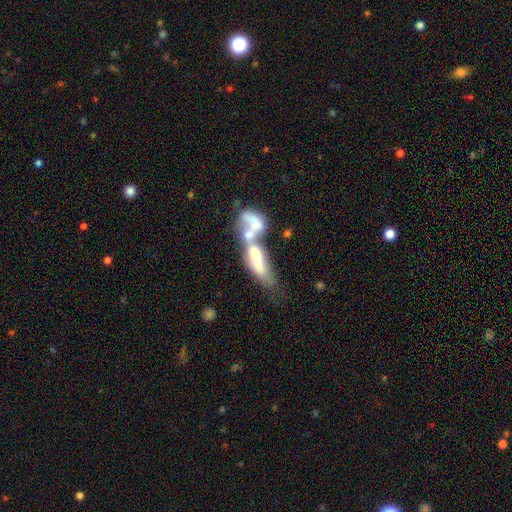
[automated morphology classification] The model was most divided on "smooth or featured": featured or disk: 51%, smooth: 36%, star or artifact: 13%. More confident: edge-on disk — no (70%); merging — merger (64%).